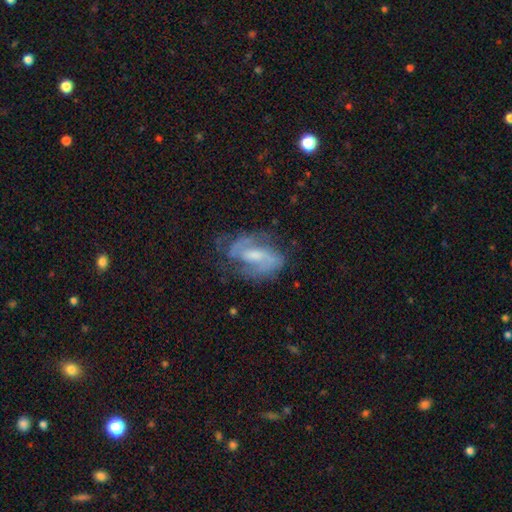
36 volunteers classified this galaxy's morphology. Overall: featured or disk (89%). Edge-on disk: no (97%). Bar: weak (55%; strong 26%). Spiral arms: yes (97%). Spiral arm count: 2 (100%). Spiral winding: medium (63%). Bulge size: moderate (48%; small 32%). Merging: none (83%).